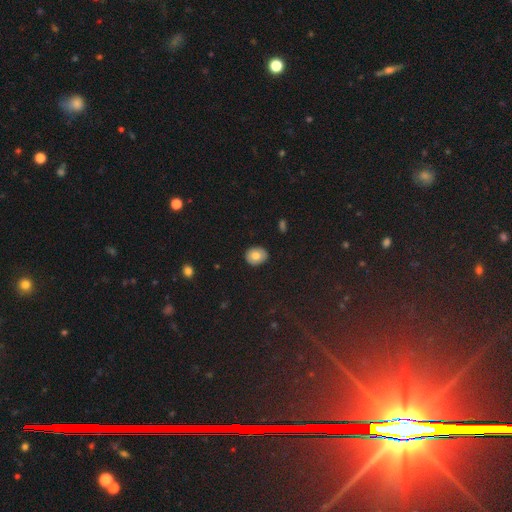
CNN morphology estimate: Smooth or featured? smooth (77%)
How rounded? round (55%)
Merging? none (88%)